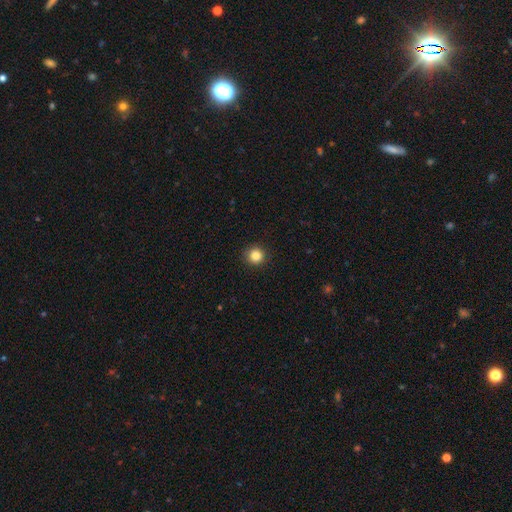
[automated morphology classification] type=smooth (84%); roundness=round (94%); merging=none (92%).